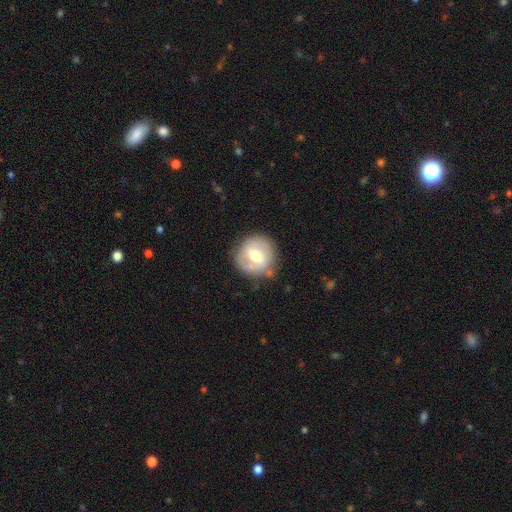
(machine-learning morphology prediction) Smooth or featured: featured or disk — 47% (smooth — 46%)
Merging: none — 73% (minor disturbance — 17%)